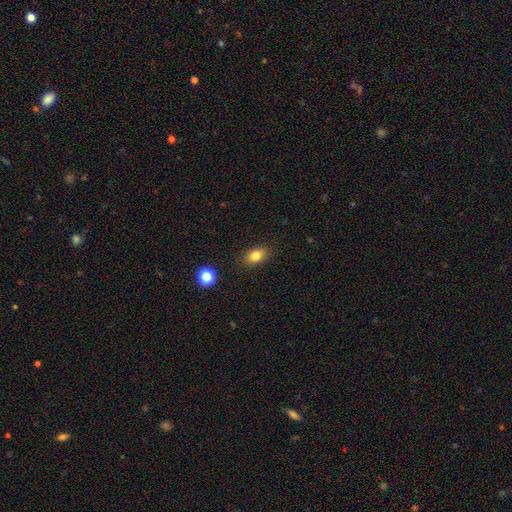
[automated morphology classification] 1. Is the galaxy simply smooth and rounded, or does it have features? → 81% smooth, 11% star or artifact, 8% featured or disk.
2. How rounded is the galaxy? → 81% in between, 17% round, 2% cigar-shaped.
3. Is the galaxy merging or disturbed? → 87% none, 9% minor disturbance, 2% major disturbance, 1% merger.